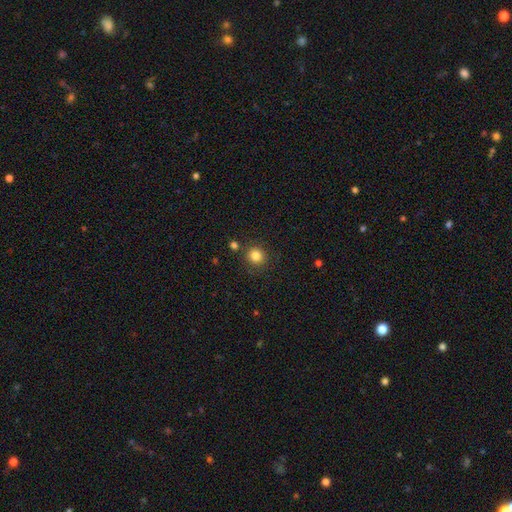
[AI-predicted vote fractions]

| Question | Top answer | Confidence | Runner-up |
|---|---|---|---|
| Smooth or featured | smooth | 82% | star or artifact (12%) |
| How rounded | round | 92% | in between (7%) |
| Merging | none | 85% | minor disturbance (7%) |